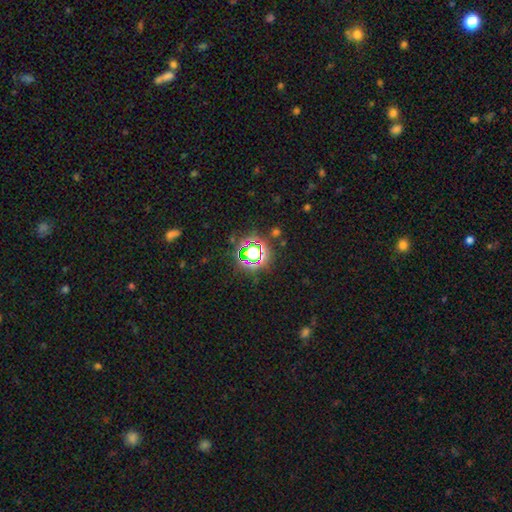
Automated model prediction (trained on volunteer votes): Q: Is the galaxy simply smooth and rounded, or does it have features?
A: star or artifact — 62%.